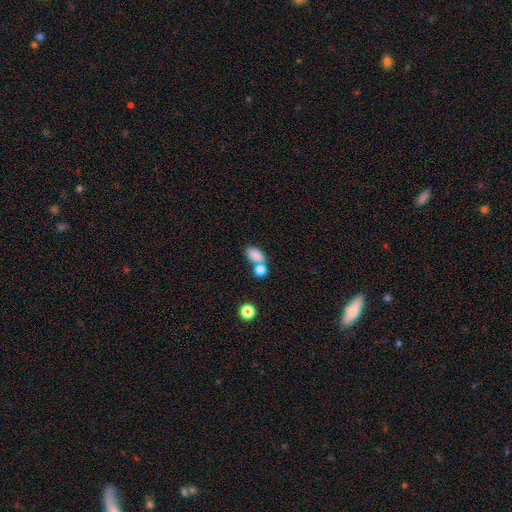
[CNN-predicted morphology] Smooth or featured? Predicted: smooth (p=0.84). How rounded? Predicted: in between (p=0.88). Merging? Predicted: none (p=0.50).